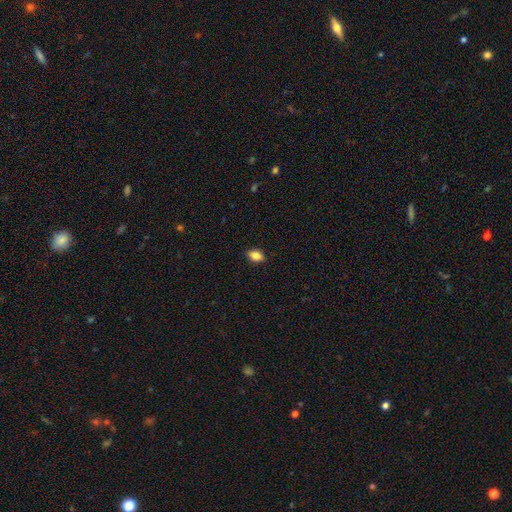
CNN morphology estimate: type=smooth (85%); roundness=in between (83%); merging=none (88%).